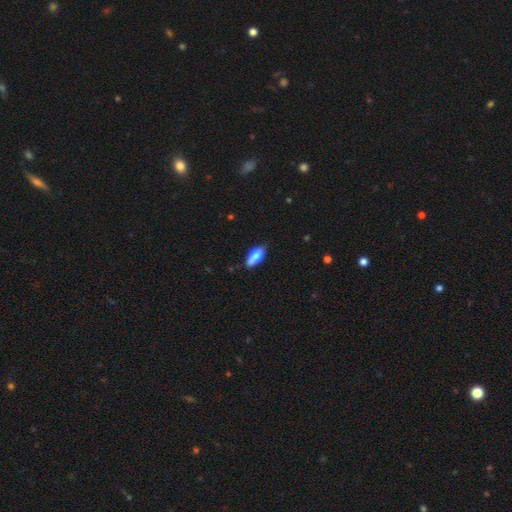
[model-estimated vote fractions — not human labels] smooth 67%, featured or disk 26%, star or artifact 7%. Down the decision tree: how rounded — in between (77%); merging — none (69%).